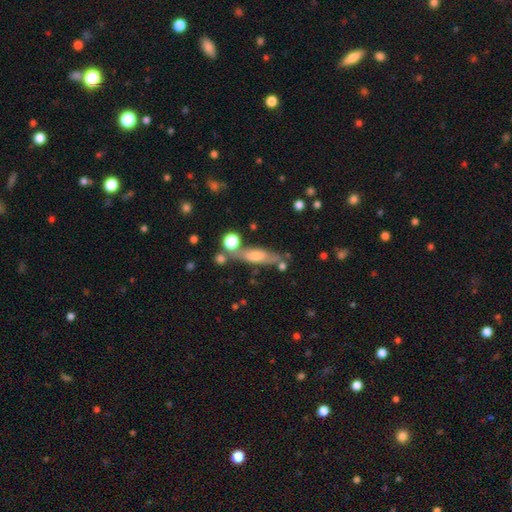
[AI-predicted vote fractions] The model was most divided on "smooth or featured": smooth: 43%, featured or disk: 42%, star or artifact: 15%. More confident: merging — none (64%).